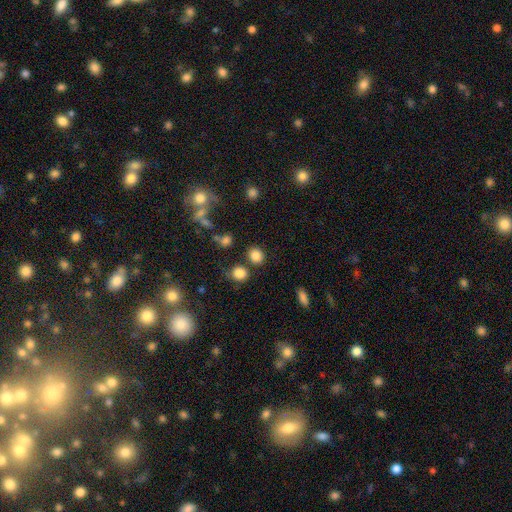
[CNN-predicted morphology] Smooth or featured? Predicted: smooth (p=0.83). How rounded? Predicted: round (p=0.74). Merging? Predicted: none (p=0.78).